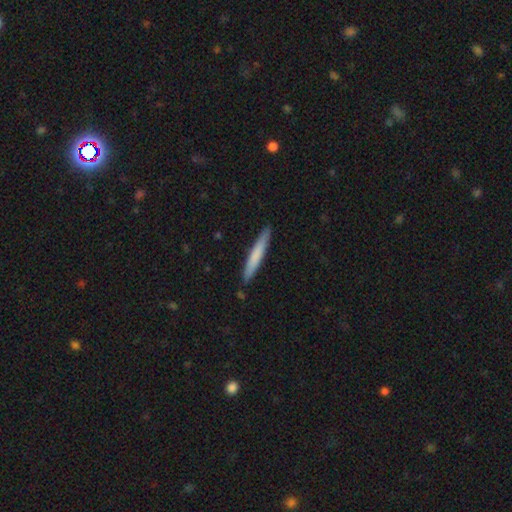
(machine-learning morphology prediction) smooth 72%, featured or disk 23%, star or artifact 5%. Down the decision tree: how rounded — cigar-shaped (95%); merging — none (88%).